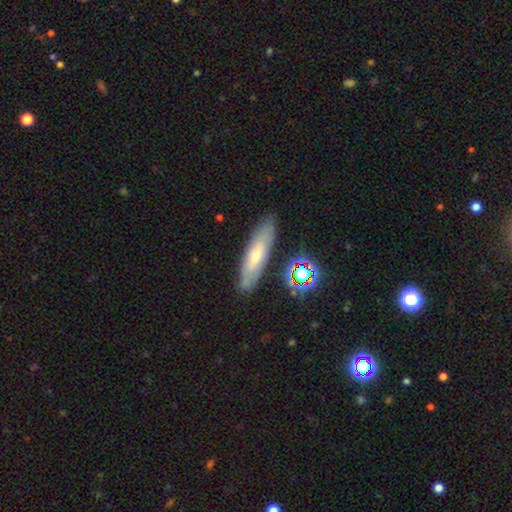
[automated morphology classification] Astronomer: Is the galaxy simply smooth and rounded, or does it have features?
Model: smooth — 47% (runner-up: featured or disk, 43%).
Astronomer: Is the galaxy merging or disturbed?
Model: none — 82%.